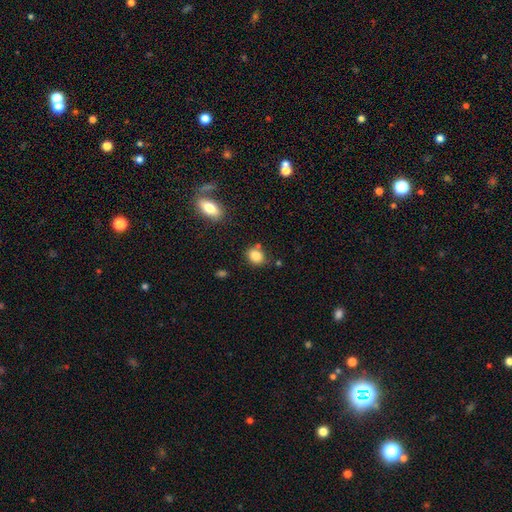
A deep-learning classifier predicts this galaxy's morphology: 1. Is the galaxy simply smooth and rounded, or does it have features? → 84% smooth, 10% star or artifact, 6% featured or disk.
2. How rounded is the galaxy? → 60% round, 39% in between, 1% cigar-shaped.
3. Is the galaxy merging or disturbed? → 73% none, 15% minor disturbance, 9% merger, 4% major disturbance.